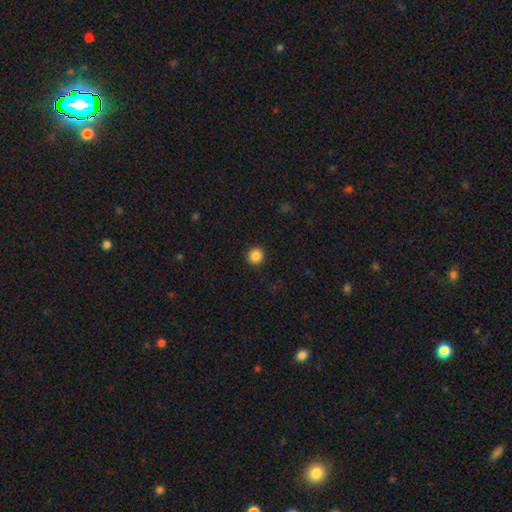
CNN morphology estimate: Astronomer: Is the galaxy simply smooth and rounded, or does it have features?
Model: smooth — 87%.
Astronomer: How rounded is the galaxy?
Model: round — 95%.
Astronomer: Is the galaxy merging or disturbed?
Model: none — 93%.